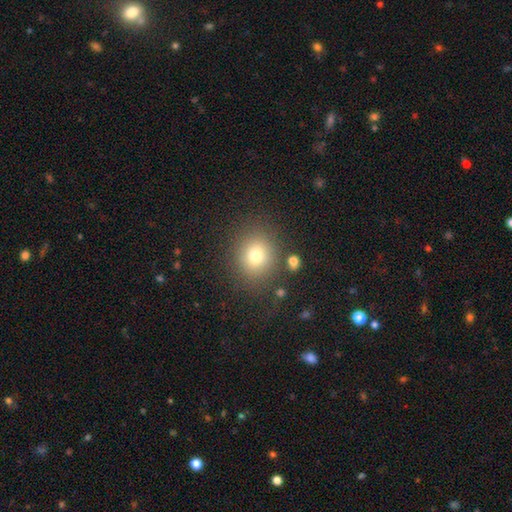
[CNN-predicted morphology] Smooth or featured?
  - smooth: 76% *
  - star or artifact: 14%
  - featured or disk: 10%
How rounded?
  - round: 77% *
  - in between: 22%
  - cigar-shaped: 1%
Merging?
  - none: 82% *
  - minor disturbance: 10%
  - major disturbance: 5%
  - merger: 4%